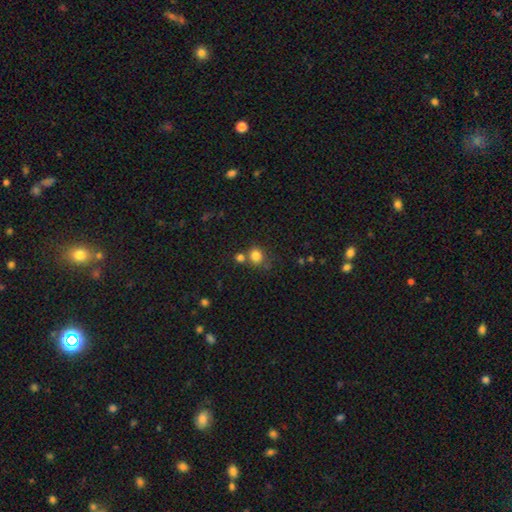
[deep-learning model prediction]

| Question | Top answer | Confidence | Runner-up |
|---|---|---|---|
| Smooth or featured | smooth | 81% | star or artifact (12%) |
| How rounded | round | 76% | in between (23%) |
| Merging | none | 57% | merger (26%) |